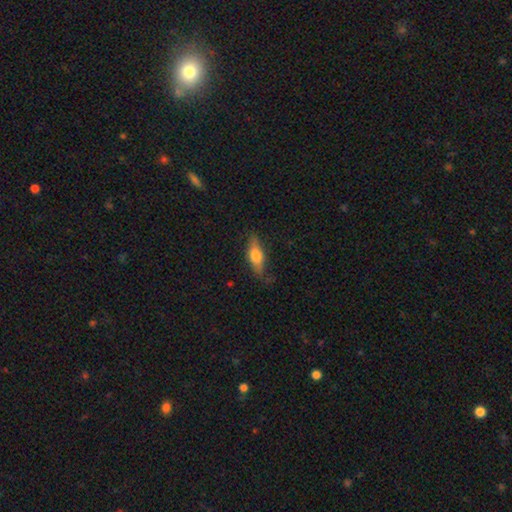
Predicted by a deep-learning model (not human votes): Overall: smooth (60%; featured or disk 34%). How rounded: in between (58%; cigar-shaped 38%). Merging: none (76%).